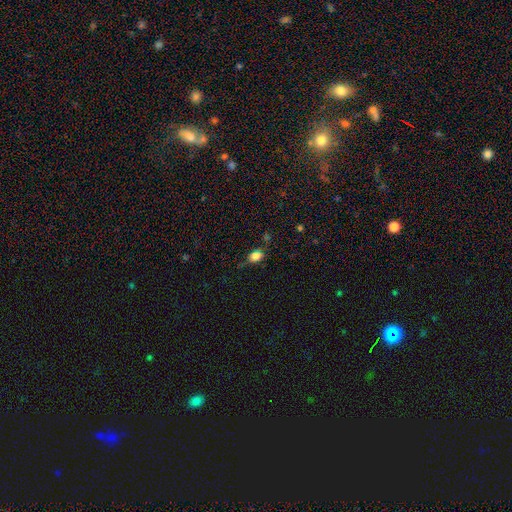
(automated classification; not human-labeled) Q: Smooth or featured?
A: smooth (75%); runner-up: star or artifact (16%)
Q: How rounded?
A: in between (65%); runner-up: round (31%)
Q: Merging?
A: none (65%); runner-up: minor disturbance (24%)